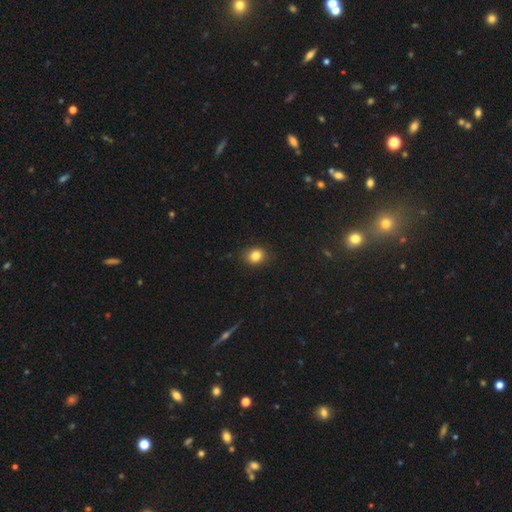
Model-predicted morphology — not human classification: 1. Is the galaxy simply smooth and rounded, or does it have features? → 83% smooth, 11% star or artifact, 6% featured or disk.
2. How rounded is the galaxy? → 60% round, 39% in between, 1% cigar-shaped.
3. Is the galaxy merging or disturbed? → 88% none, 9% minor disturbance, 2% major disturbance, 1% merger.